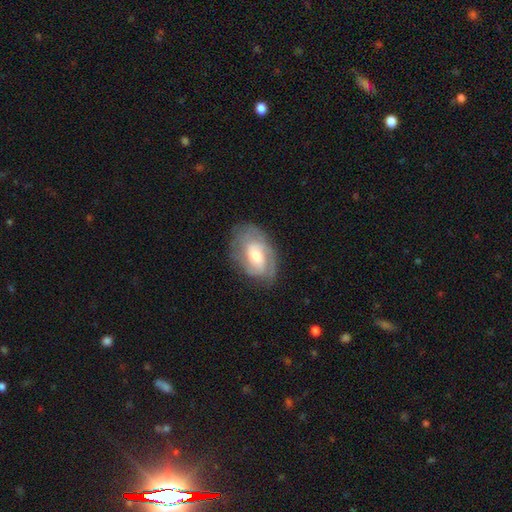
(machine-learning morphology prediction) smooth_or_featured: featured or disk (p=0.72) [alt: smooth p=0.22]
disk_edge_on: no (p=0.95) [alt: yes p=0.05]
bar: no (p=0.48) [alt: weak p=0.40]
has_spiral_arms: yes (p=0.87) [alt: no p=0.13]
spiral_winding: tight (p=0.53) [alt: medium p=0.34]
spiral_arm_count: 2 (p=0.43) [alt: can't tell p=0.30]
bulge_size: moderate (p=0.63) [alt: small p=0.25]
merging: none (p=0.70) [alt: minor disturbance p=0.20]